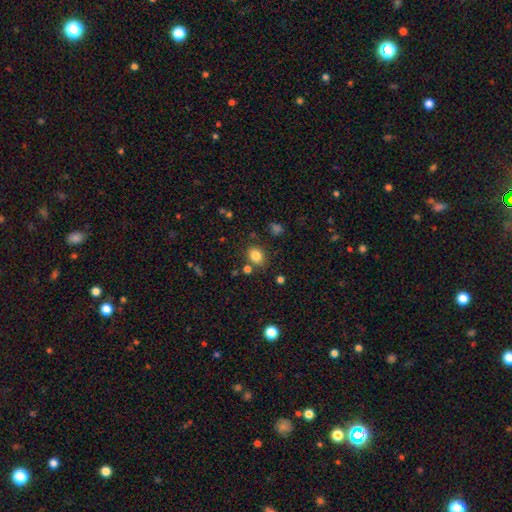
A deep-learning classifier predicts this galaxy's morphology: A smooth galaxy with no disk features (83%) that is in between round and cigar-shaped (52%).

Vote fractions:
- Smooth or featured? smooth: 83% / star or artifact: 11% / featured or disk: 6%
- How rounded? in between: 52% / round: 48% / cigar-shaped: 1%
- Merging? none: 78% / minor disturbance: 11% / merger: 7% / major disturbance: 4%